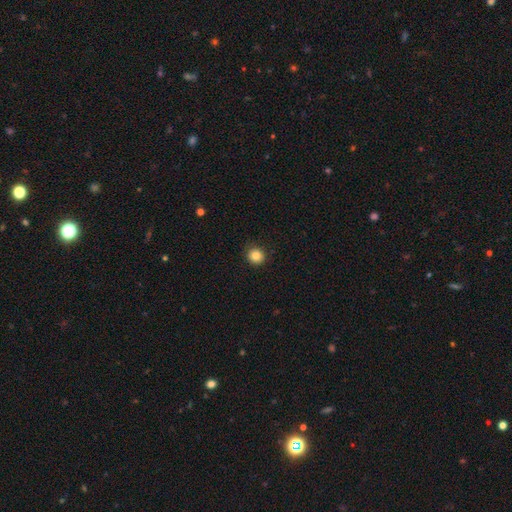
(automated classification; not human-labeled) A smooth galaxy with no disk features (85%) that is round (89%).

Vote fractions:
- Smooth or featured? smooth: 85% / star or artifact: 10% / featured or disk: 4%
- How rounded? round: 89% / in between: 10% / cigar-shaped: 1%
- Merging? none: 89% / minor disturbance: 8% / major disturbance: 2% / merger: 1%